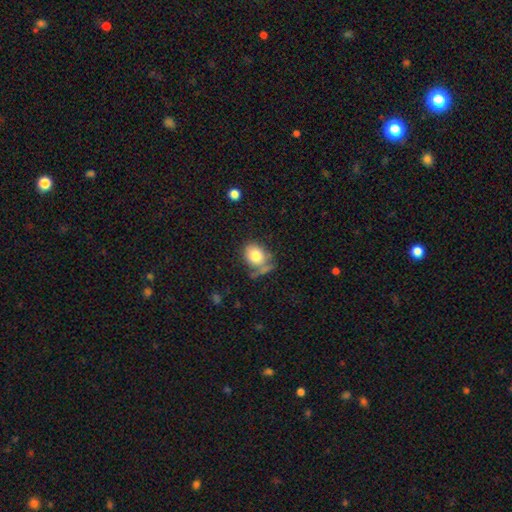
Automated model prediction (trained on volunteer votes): smooth_or_featured: smooth (p=0.78) [alt: featured or disk p=0.13]
how_rounded: round (p=0.55) [alt: in between p=0.43]
merging: none (p=0.52) [alt: minor disturbance p=0.20]